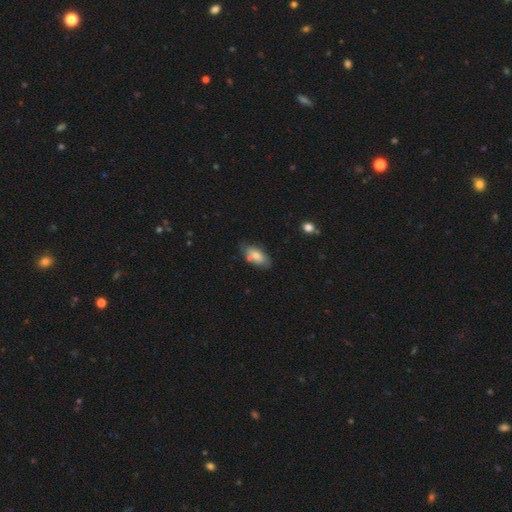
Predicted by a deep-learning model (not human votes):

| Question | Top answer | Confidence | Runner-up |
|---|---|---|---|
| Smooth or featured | smooth | 73% | featured or disk (20%) |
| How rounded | in between | 91% | cigar-shaped (6%) |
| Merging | none | 65% | minor disturbance (23%) |